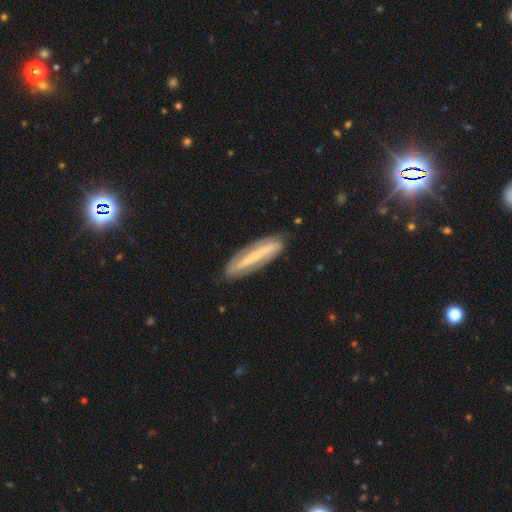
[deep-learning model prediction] Smooth or featured?
  - featured or disk: 63% *
  - smooth: 30%
  - star or artifact: 7%
Edge-on disk?
  - no: 55% *
  - yes: 45%
Merging?
  - none: 83% *
  - minor disturbance: 12%
  - major disturbance: 3%
  - merger: 2%